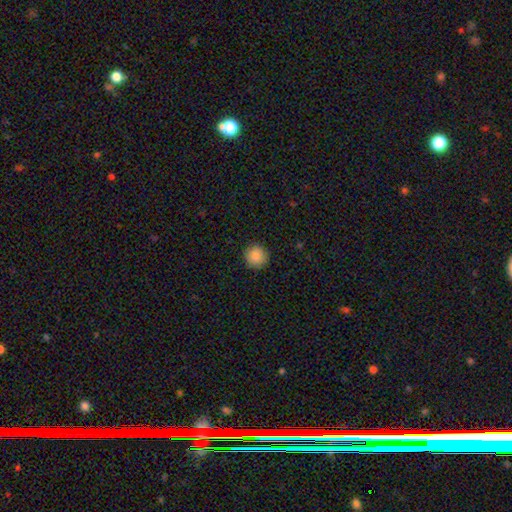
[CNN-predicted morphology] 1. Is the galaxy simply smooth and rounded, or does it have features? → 88% smooth, 9% star or artifact, 4% featured or disk.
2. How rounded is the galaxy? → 95% round, 5% in between, 1% cigar-shaped.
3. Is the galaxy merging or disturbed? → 92% none, 6% minor disturbance, 2% major disturbance, 1% merger.